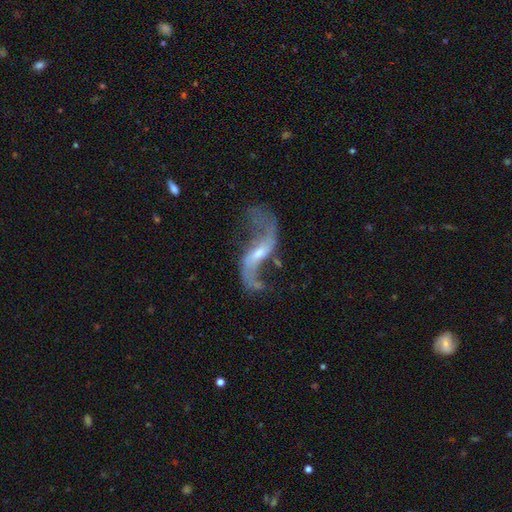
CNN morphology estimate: The model was most divided on "bar": weak: 40%, strong: 32%, no: 27%. More confident: spiral arms — yes (96%); edge-on disk — no (94%); spiral arm count — 2 (93%); spiral winding — loose (91%); smooth or featured — featured or disk (90%); merging — none (67%); bulge size — small (64%).